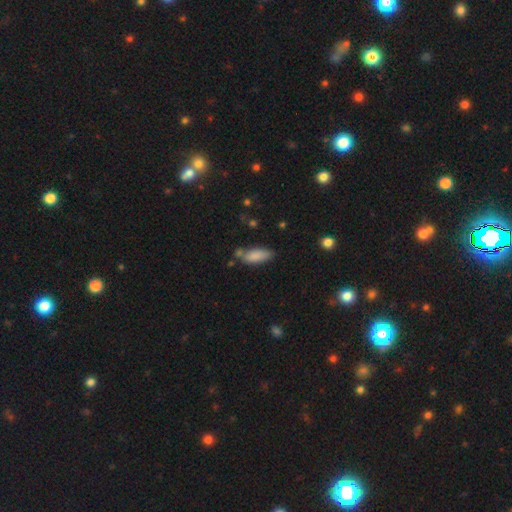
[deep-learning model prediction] Overall: smooth (85%). How rounded: in between (70%). Merging: none (62%; minor disturbance 22%).